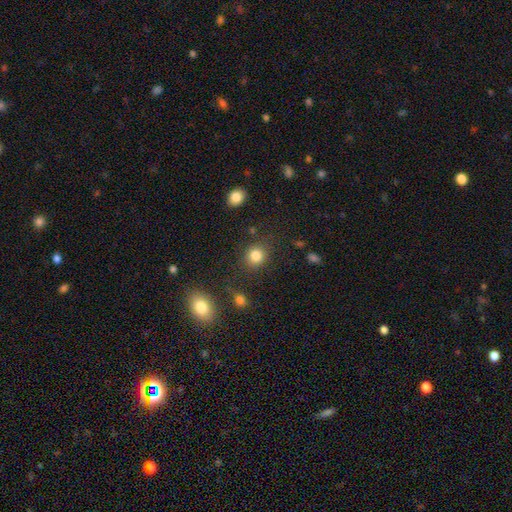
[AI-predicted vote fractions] A smooth galaxy with no disk features (84%) that is round (82%). Merging: none (83%).